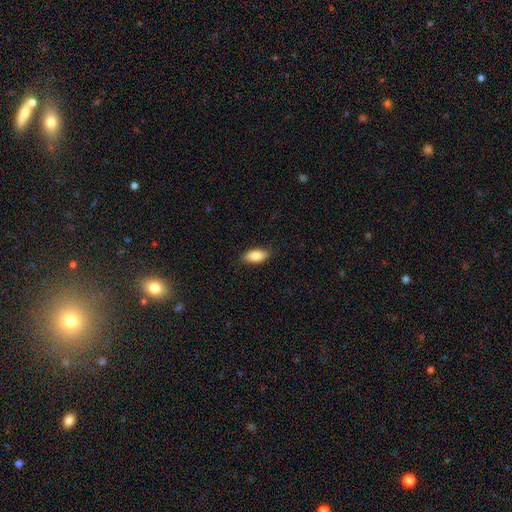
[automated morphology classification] This appears to be a smooth galaxy with no disk features (84%) that is in between round and cigar-shaped (90%). Merging: none (86%).